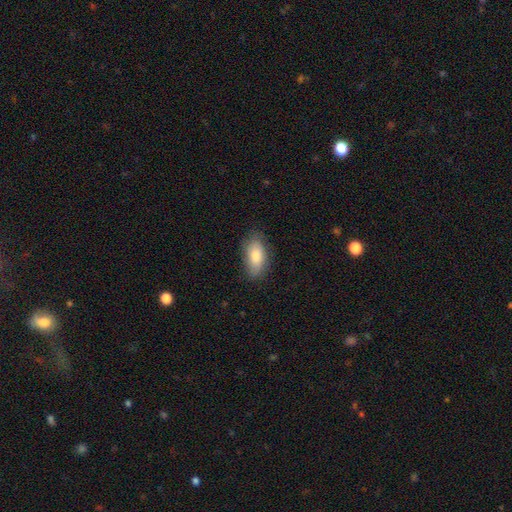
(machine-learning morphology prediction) Q: Smooth or featured?
A: smooth (81%); runner-up: featured or disk (13%)
Q: How rounded?
A: in between (89%); runner-up: cigar-shaped (8%)
Q: Merging?
A: none (81%); runner-up: minor disturbance (15%)